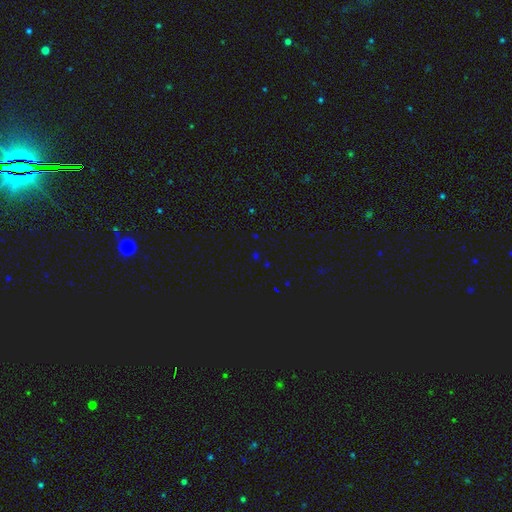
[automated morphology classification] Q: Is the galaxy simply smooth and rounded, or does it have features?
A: star or artifact — 67%.